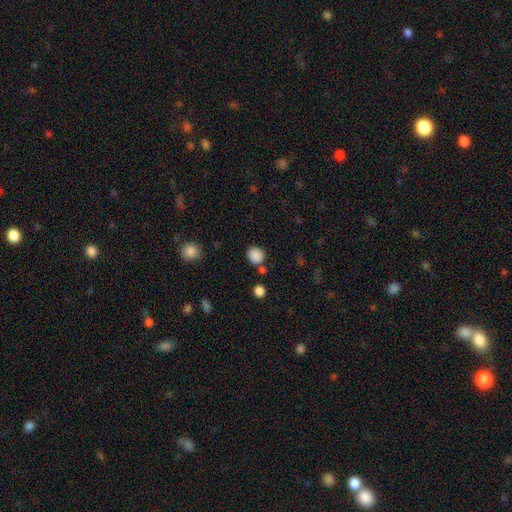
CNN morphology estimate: smooth-or-featured: smooth: 86% | star or artifact: 10% | featured or disk: 3%
  how-rounded: round: 84% | in between: 15% | cigar-shaped: 1%
  merging: none: 77% | minor disturbance: 11% | merger: 8% | major disturbance: 4%